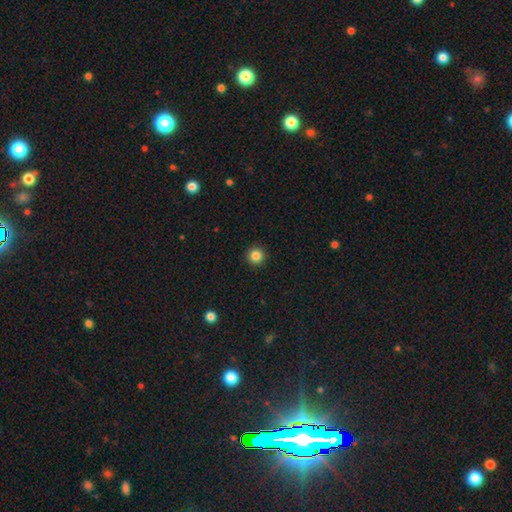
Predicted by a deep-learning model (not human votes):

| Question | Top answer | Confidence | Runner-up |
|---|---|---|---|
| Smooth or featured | smooth | 84% | star or artifact (11%) |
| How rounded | round | 96% | in between (3%) |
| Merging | none | 93% | minor disturbance (4%) |